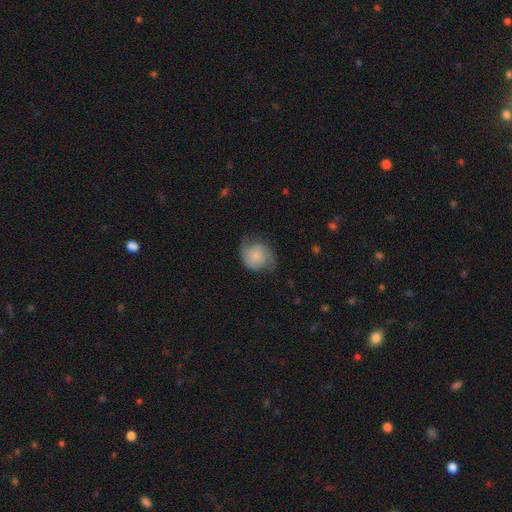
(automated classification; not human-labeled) A featured or disk galaxy (59%) with no bar (76%), 2 (87%) medium (45%) spiral arms (93%) and a small central bulge (47%). Merging: none (64%).